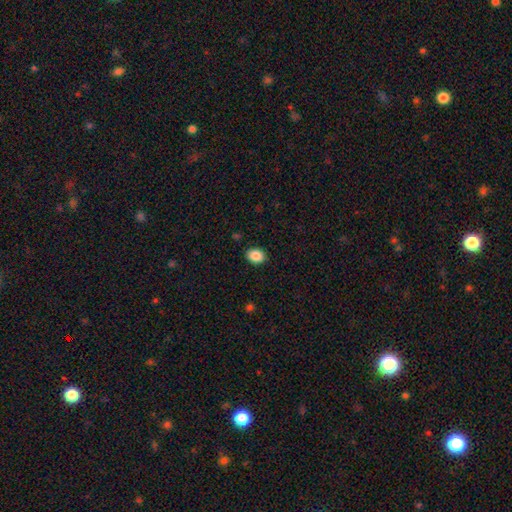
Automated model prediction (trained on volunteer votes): smooth 87%, star or artifact 8%, featured or disk 4%. Down the decision tree: how rounded — in between (60%); merging — none (89%).